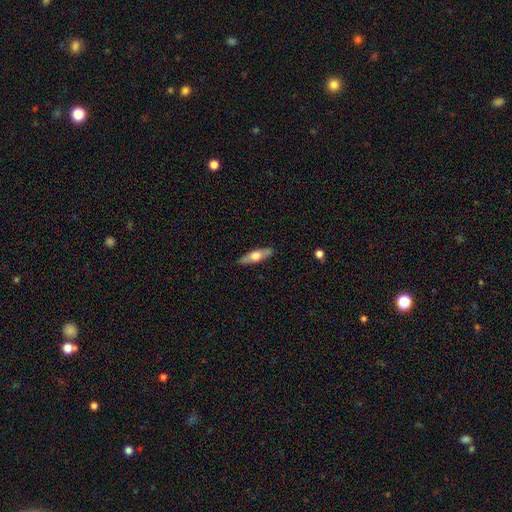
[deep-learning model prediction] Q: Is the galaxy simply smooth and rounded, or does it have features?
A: smooth — 48%.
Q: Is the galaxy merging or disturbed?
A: none — 89%.